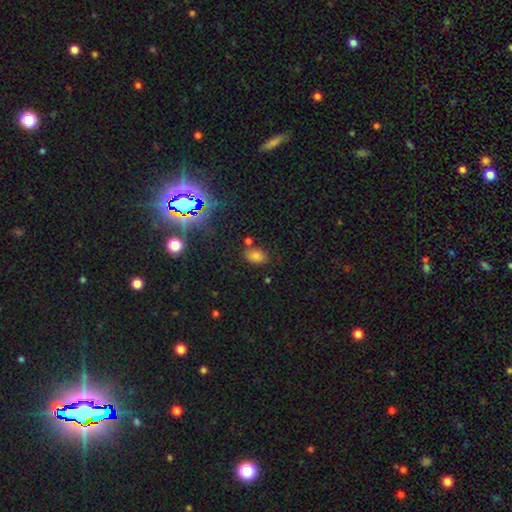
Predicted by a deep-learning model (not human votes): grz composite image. It shows a smooth galaxy with no disk features (75%) that is in between round and cigar-shaped (79%). Merging: none (73%).